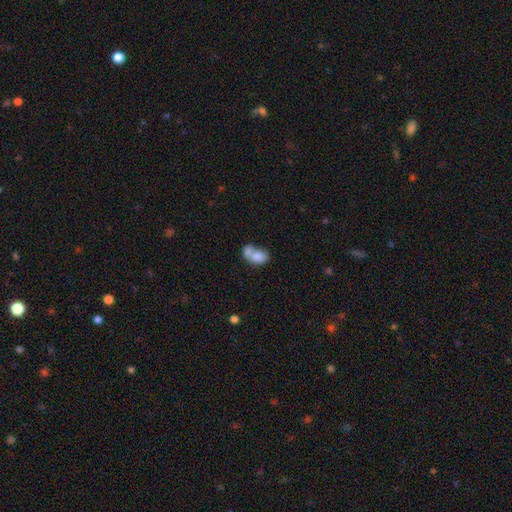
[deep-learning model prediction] The model was most divided on "merging": merger: 67%, none: 20%, minor disturbance: 8%, major disturbance: 5%. More confident: smooth or featured — smooth (77%); how rounded — in between (77%).